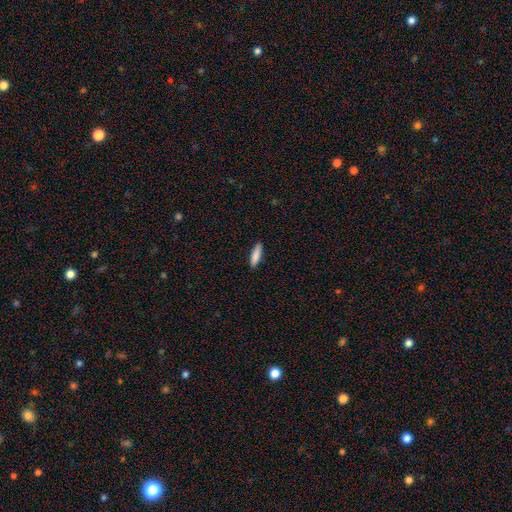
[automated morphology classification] Smooth or featured? smooth (86%)
How rounded? cigar-shaped (62%)
Merging? none (89%)